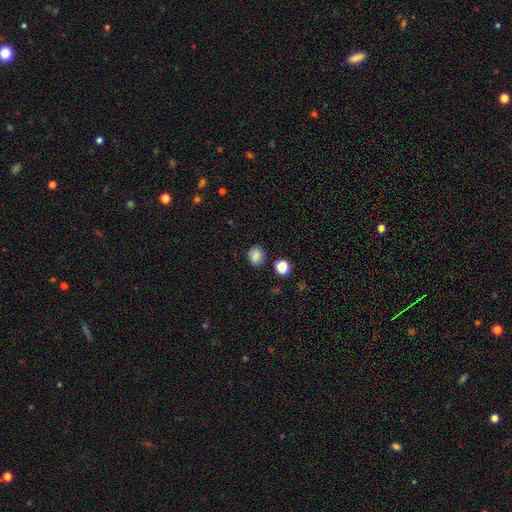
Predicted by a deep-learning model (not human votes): A smooth galaxy with no disk features (82%) that is round (65%). Merging: none (81%).